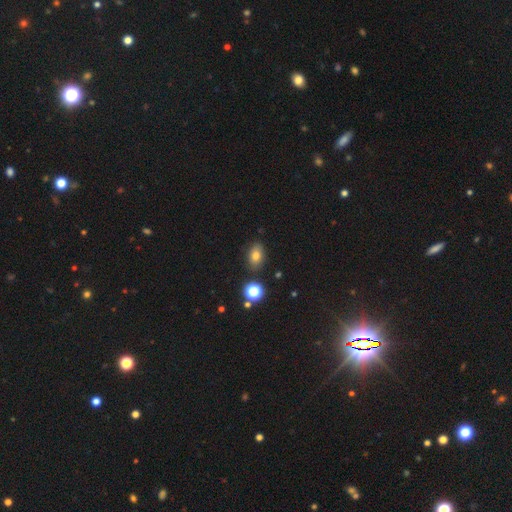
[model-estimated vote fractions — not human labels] smooth 77%, star or artifact 13%, featured or disk 9%. Down the decision tree: how rounded — in between (82%); merging — none (84%).